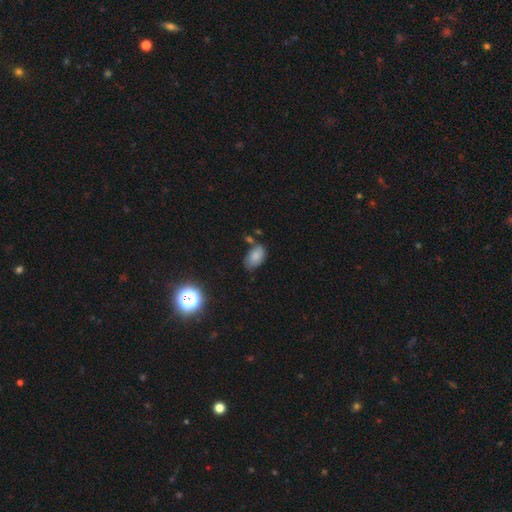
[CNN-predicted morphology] Smooth or featured? smooth (79%)
How rounded? in between (91%)
Merging? none (58%)